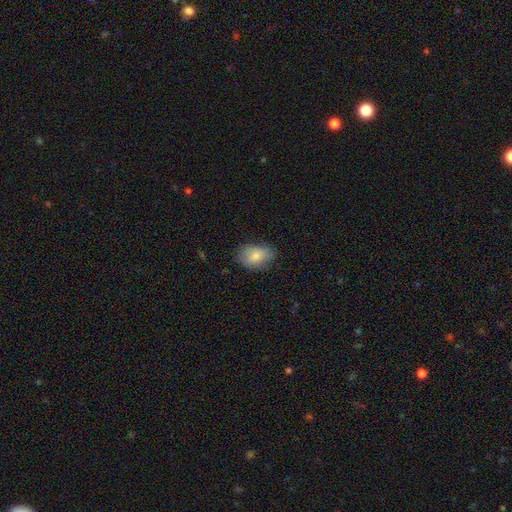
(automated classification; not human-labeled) Q: Smooth or featured?
A: smooth (81%); runner-up: featured or disk (12%)
Q: How rounded?
A: in between (87%); runner-up: round (11%)
Q: Merging?
A: none (71%); runner-up: minor disturbance (23%)